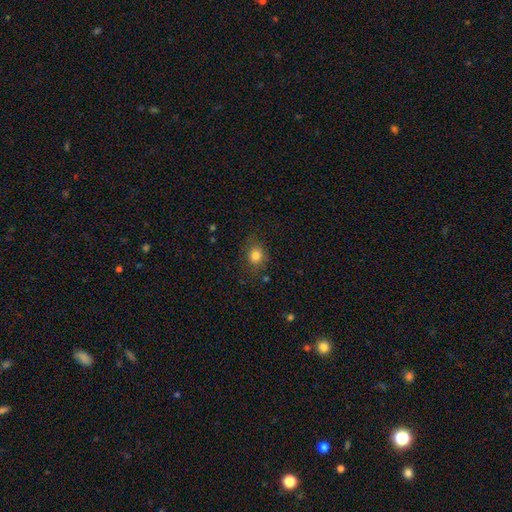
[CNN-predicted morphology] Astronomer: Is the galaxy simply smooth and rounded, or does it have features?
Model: smooth — 81%.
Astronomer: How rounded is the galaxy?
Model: round — 68%.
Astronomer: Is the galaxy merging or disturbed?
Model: none — 79%.